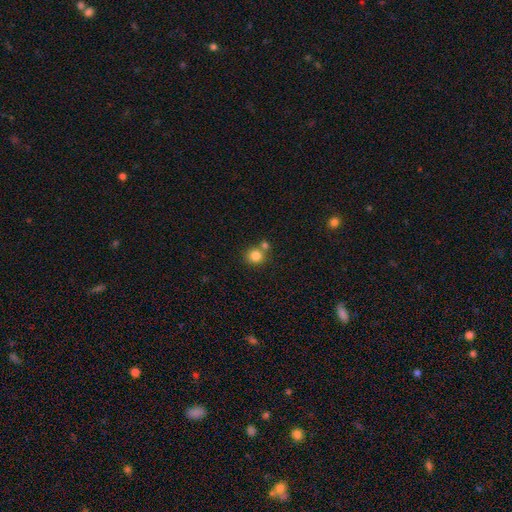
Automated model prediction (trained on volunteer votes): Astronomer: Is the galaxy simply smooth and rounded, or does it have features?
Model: smooth — 83%.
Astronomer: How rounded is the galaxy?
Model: round — 88%.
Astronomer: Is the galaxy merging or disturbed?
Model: none — 62%.